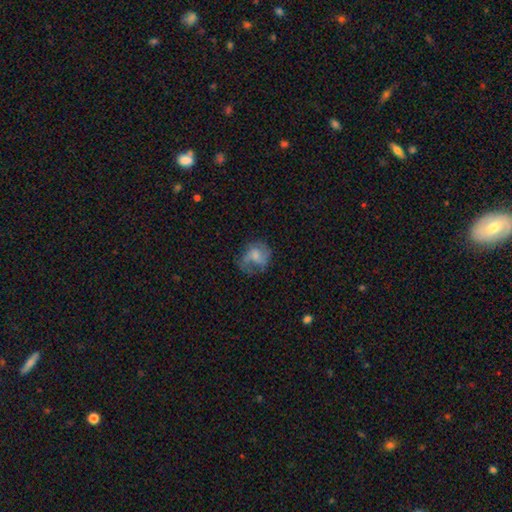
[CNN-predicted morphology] Smooth or featured? Predicted: smooth (p=0.47). Merging? Predicted: none (p=0.45).